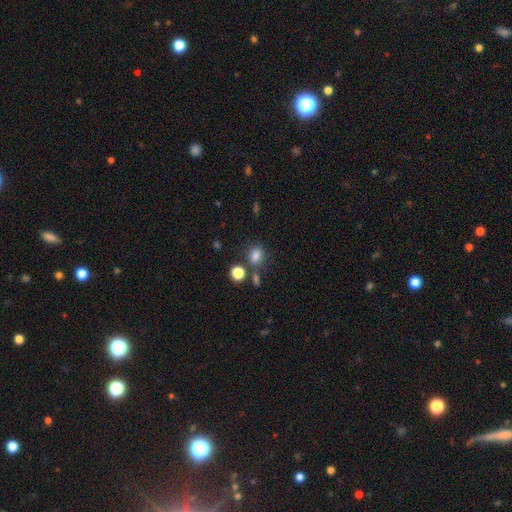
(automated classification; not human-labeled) smooth_or_featured: smooth (p=0.80) [alt: star or artifact p=0.14]
how_rounded: round (p=0.56) [alt: in between p=0.43]
merging: none (p=0.70) [alt: minor disturbance p=0.13]